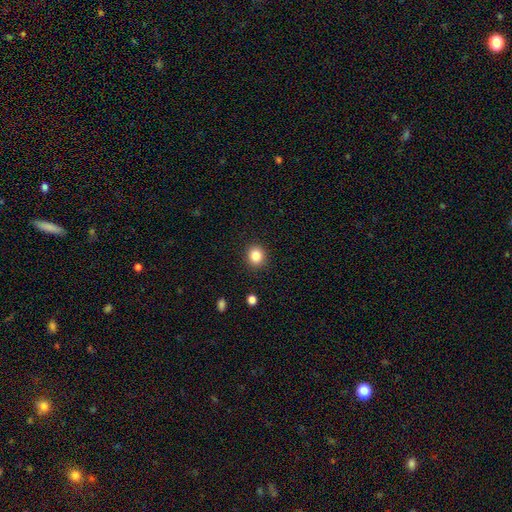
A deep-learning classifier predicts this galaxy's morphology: Q: Smooth or featured?
A: smooth (85%); runner-up: star or artifact (11%)
Q: How rounded?
A: round (83%); runner-up: in between (16%)
Q: Merging?
A: none (90%); runner-up: minor disturbance (7%)